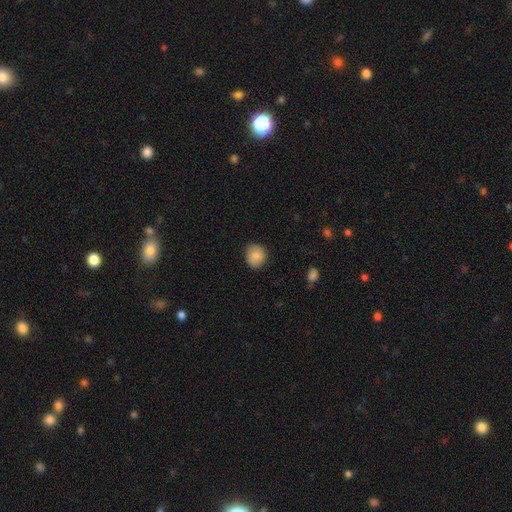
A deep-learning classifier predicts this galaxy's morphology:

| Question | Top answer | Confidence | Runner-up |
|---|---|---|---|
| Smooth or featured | smooth | 86% | star or artifact (8%) |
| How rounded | round | 83% | in between (16%) |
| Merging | none | 83% | minor disturbance (13%) |